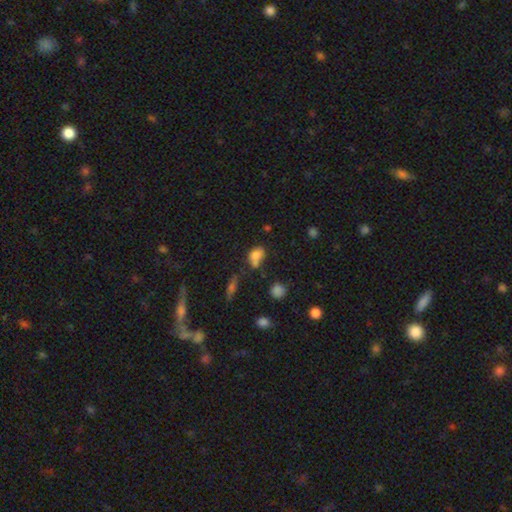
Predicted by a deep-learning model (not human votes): The model was most divided on "merging": none: 40%, merger: 32%, minor disturbance: 20%, major disturbance: 8%. More confident: smooth or featured — smooth (75%); how rounded — in between (70%).